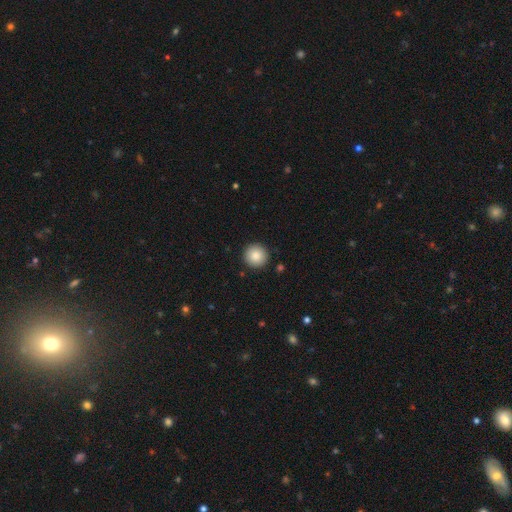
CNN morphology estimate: Smooth or featured? smooth (87%)
How rounded? round (96%)
Merging? none (92%)